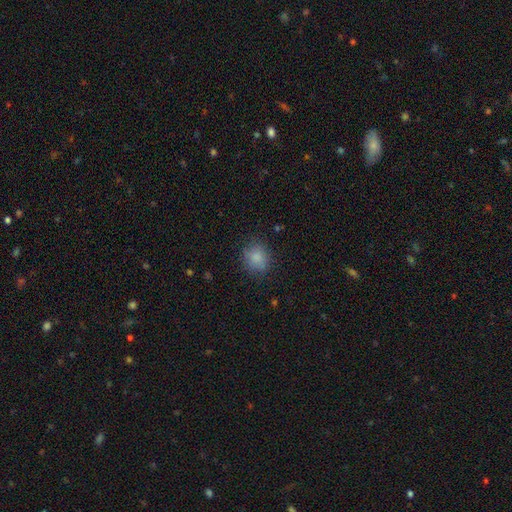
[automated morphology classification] Smooth or featured? smooth (83%)
How rounded? round (76%)
Merging? none (81%)